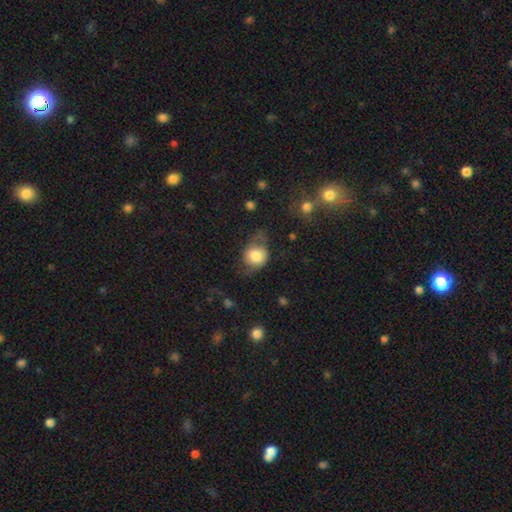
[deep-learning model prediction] The model was most divided on "merging": none: 40%, minor disturbance: 33%, major disturbance: 24%, merger: 3%. More confident: smooth or featured — smooth (75%); how rounded — round (60%).